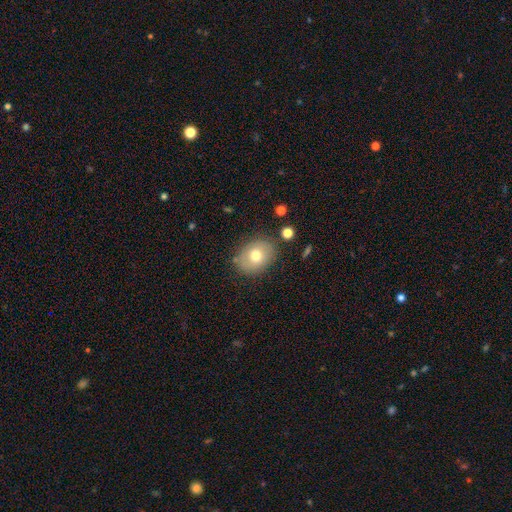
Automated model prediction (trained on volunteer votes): A smooth galaxy with no disk features (72%) that is in between round and cigar-shaped (63%). Merging: none (80%).